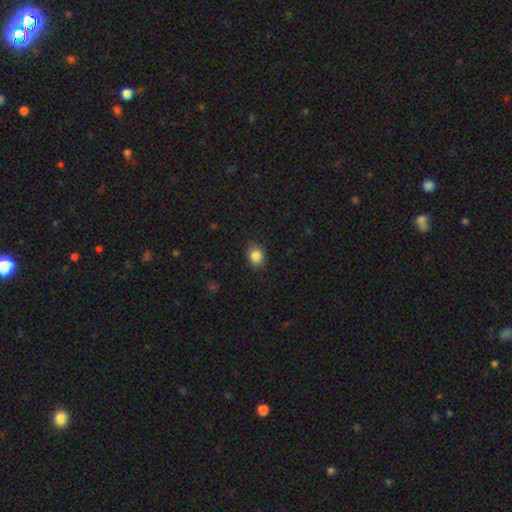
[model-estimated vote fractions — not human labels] Q: Smooth or featured?
A: smooth (86%); runner-up: star or artifact (9%)
Q: How rounded?
A: round (58%); runner-up: in between (41%)
Q: Merging?
A: none (85%); runner-up: minor disturbance (11%)